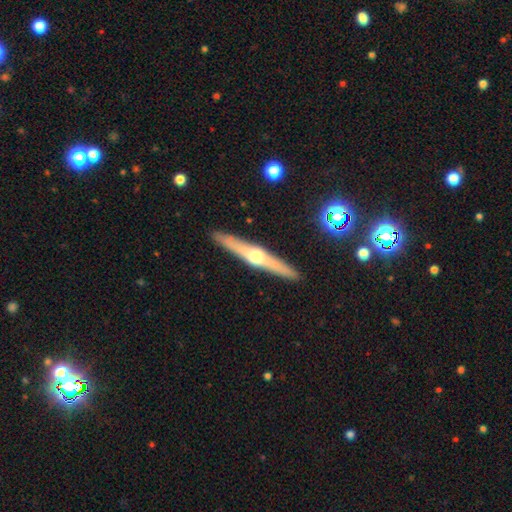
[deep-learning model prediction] Smooth or featured? Predicted: featured or disk (p=0.69). Edge-on disk? Predicted: yes (p=0.97). Edge-on bulge? Predicted: rounded (p=0.93). Merging? Predicted: none (p=0.92).